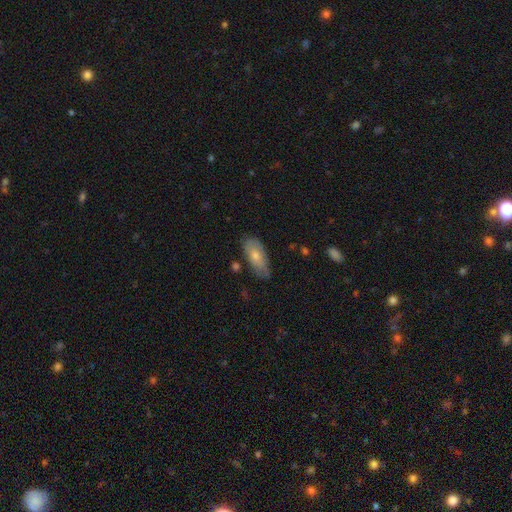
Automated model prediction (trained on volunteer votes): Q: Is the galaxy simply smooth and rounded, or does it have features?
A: smooth — 71%.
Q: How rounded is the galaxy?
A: in between — 87%.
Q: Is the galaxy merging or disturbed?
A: none — 66%.